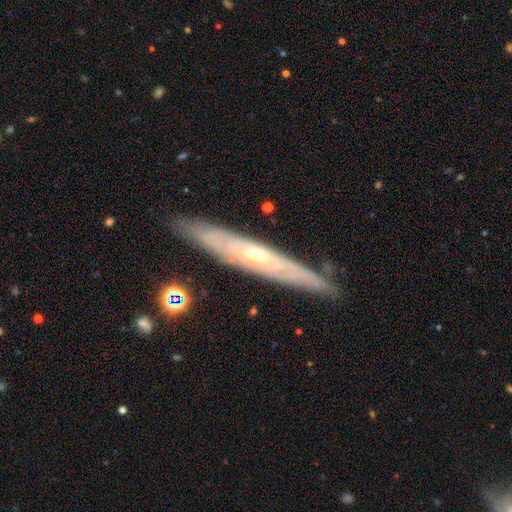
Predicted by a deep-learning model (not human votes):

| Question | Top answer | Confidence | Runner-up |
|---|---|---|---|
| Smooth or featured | featured or disk | 77% | smooth (16%) |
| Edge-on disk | yes | 65% | no (35%) |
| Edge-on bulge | rounded | 61% | none (37%) |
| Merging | none | 84% | minor disturbance (12%) |